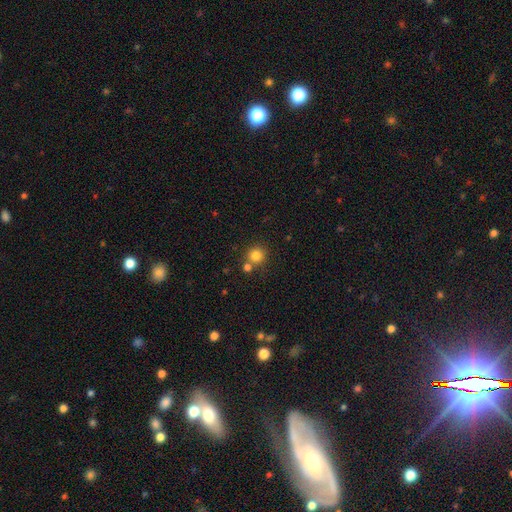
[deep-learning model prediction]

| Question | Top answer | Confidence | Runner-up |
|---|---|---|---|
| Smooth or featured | smooth | 82% | star or artifact (12%) |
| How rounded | round | 92% | in between (7%) |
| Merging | none | 72% | merger (18%) |